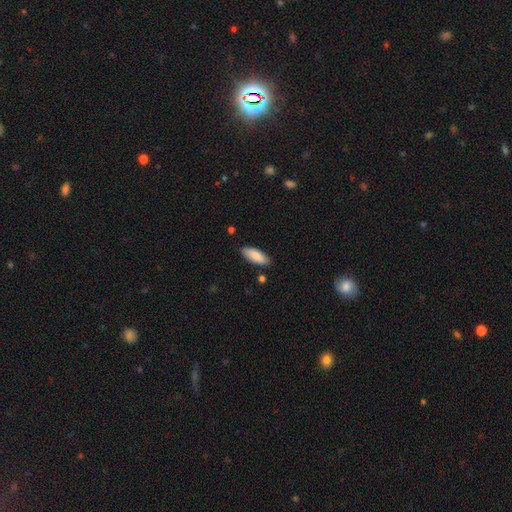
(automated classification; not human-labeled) Q: Smooth or featured?
A: smooth (86%); runner-up: featured or disk (8%)
Q: How rounded?
A: in between (76%); runner-up: cigar-shaped (22%)
Q: Merging?
A: none (84%); runner-up: minor disturbance (12%)